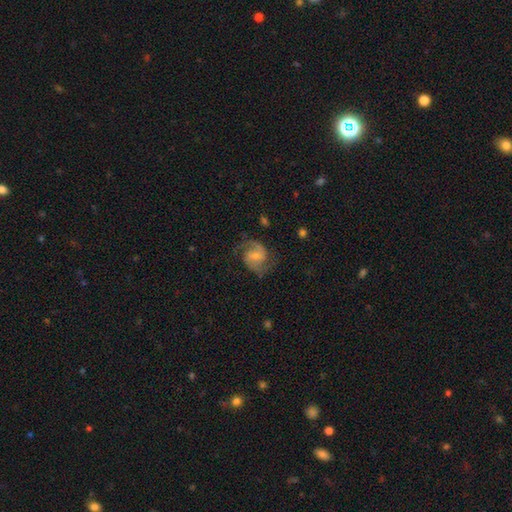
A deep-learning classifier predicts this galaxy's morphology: featured or disk 80%, smooth 13%, star or artifact 6%. Down the decision tree: edge-on disk — no (98%); bar — weak (53%); spiral arms — yes (96%); spiral arm count — 2 (91%); spiral winding — medium (56%); bulge size — small (43%); merging — none (73%).